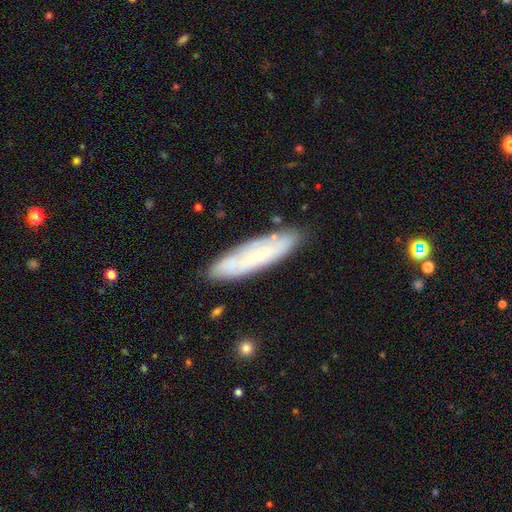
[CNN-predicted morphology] featured or disk 53%, smooth 40%, star or artifact 7%. Down the decision tree: edge-on disk — no (66%); merging — none (83%).